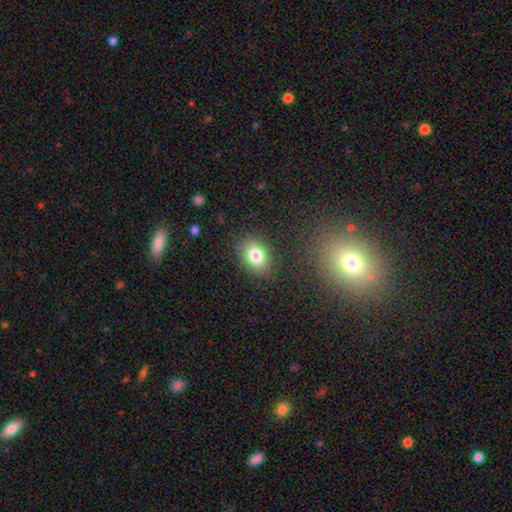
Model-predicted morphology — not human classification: smooth 80%, star or artifact 11%, featured or disk 9%. Down the decision tree: how rounded — in between (67%); merging — none (84%).